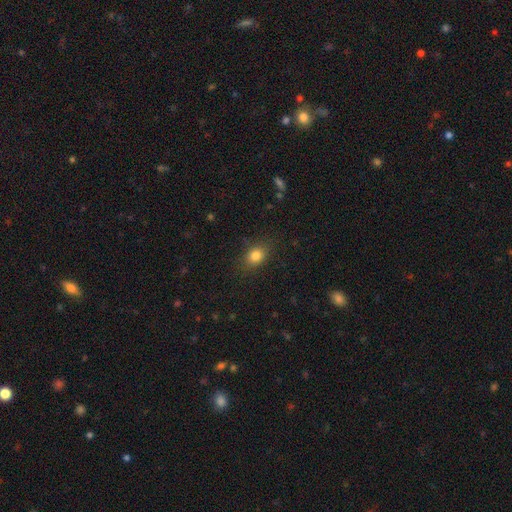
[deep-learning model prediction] This appears to be a smooth galaxy with no disk features (81%) that is in between round and cigar-shaped (56%). Merging: none (83%).